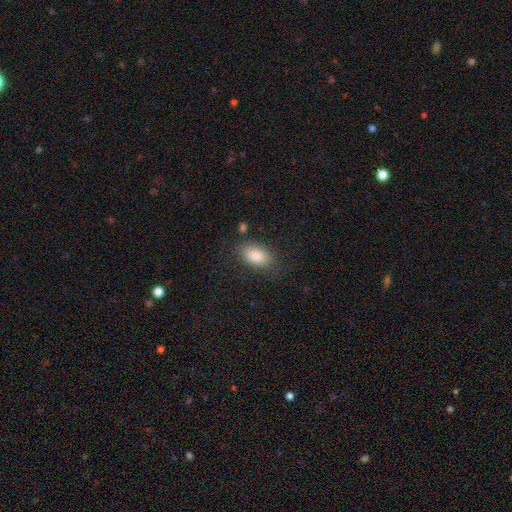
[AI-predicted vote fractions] Smooth or featured: smooth — 85% (star or artifact — 8%)
How rounded: in between — 90% (round — 7%)
Merging: none — 79% (minor disturbance — 14%)